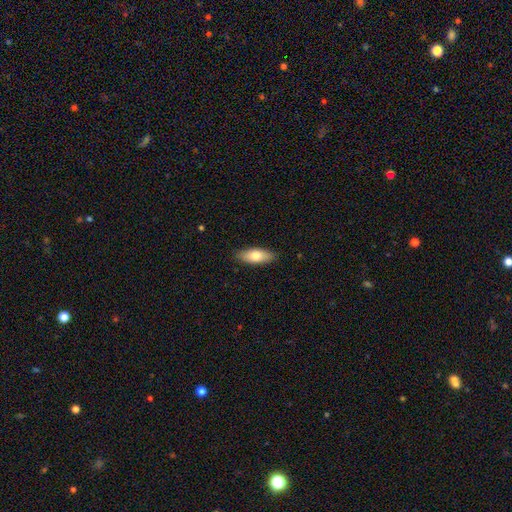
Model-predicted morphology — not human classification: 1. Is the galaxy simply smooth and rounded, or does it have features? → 74% smooth, 20% featured or disk, 6% star or artifact.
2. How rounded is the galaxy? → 74% in between, 24% cigar-shaped, 3% round.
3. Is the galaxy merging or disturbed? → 88% none, 9% minor disturbance, 2% major disturbance, 1% merger.